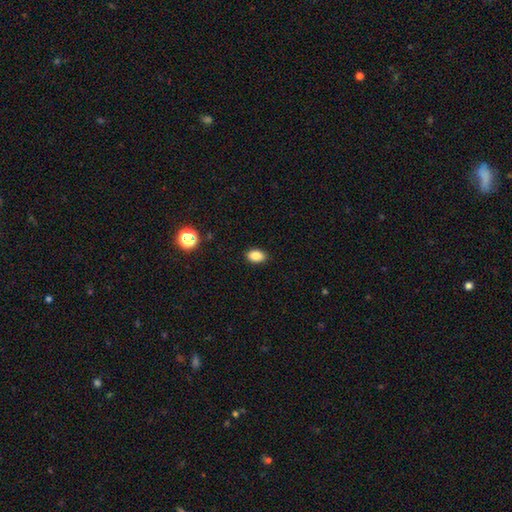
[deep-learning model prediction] A smooth galaxy with no disk features (85%) that is in between round and cigar-shaped (86%). Merging: none (89%).